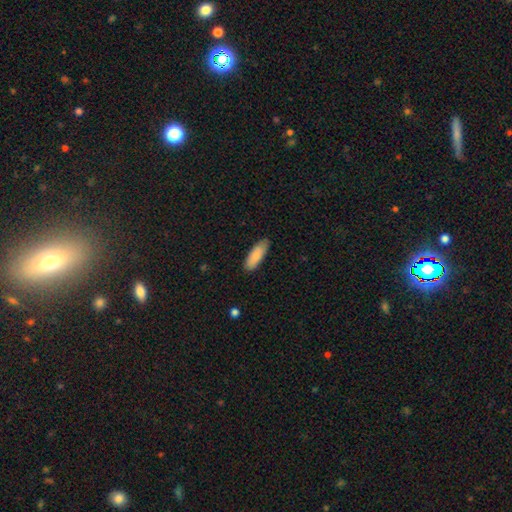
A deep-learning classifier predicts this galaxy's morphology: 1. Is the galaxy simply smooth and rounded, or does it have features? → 86% smooth, 9% featured or disk, 5% star or artifact.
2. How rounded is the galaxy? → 60% in between, 39% cigar-shaped, 2% round.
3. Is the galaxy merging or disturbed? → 86% none, 12% minor disturbance, 2% major disturbance, 1% merger.